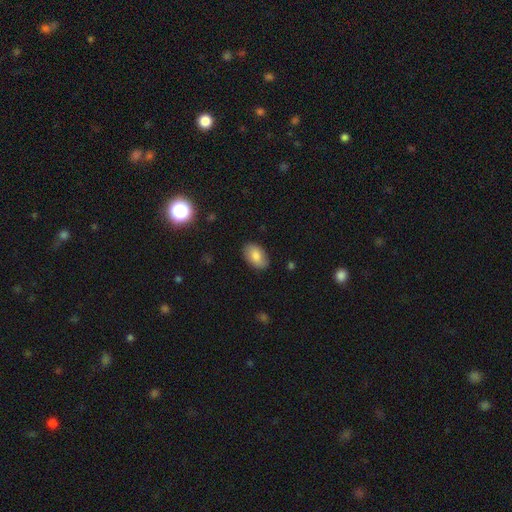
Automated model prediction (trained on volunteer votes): smooth_or_featured: smooth (p=0.81) [alt: featured or disk p=0.12]
how_rounded: in between (p=0.92) [alt: round p=0.06]
merging: none (p=0.85) [alt: minor disturbance p=0.12]